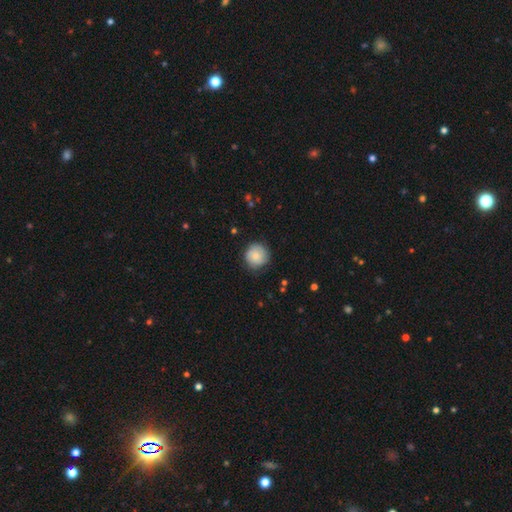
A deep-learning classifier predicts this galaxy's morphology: smooth-or-featured: smooth: 74% | featured or disk: 19% | star or artifact: 7%
  how-rounded: round: 94% | in between: 5% | cigar-shaped: 1%
  merging: none: 78% | minor disturbance: 17% | major disturbance: 4% | merger: 1%